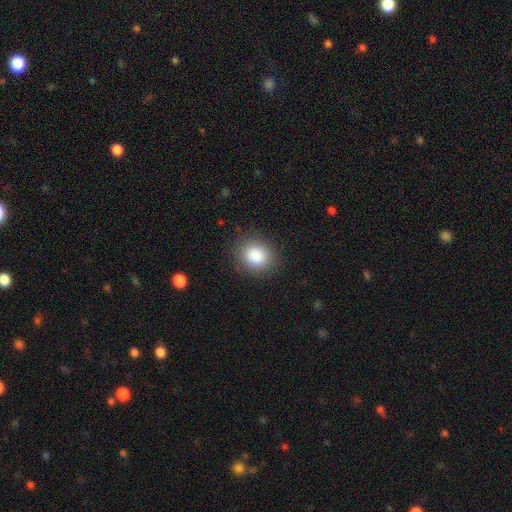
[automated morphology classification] The model was most divided on "how rounded": round: 68%, in between: 31%, cigar-shaped: 1%. More confident: smooth or featured — smooth (87%); merging — none (86%).